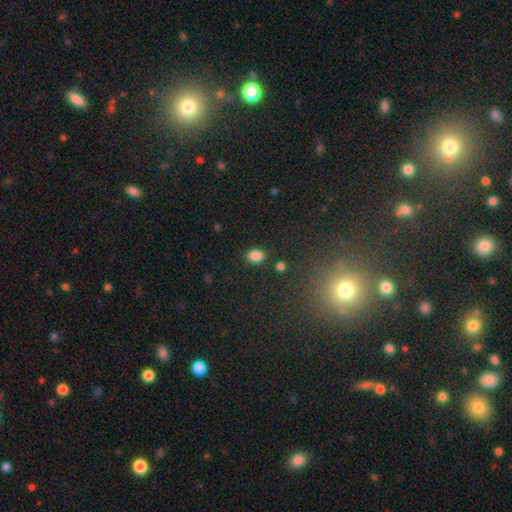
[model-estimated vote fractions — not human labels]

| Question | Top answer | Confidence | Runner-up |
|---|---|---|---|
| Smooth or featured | smooth | 85% | star or artifact (11%) |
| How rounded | in between | 61% | round (38%) |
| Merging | none | 85% | minor disturbance (10%) |